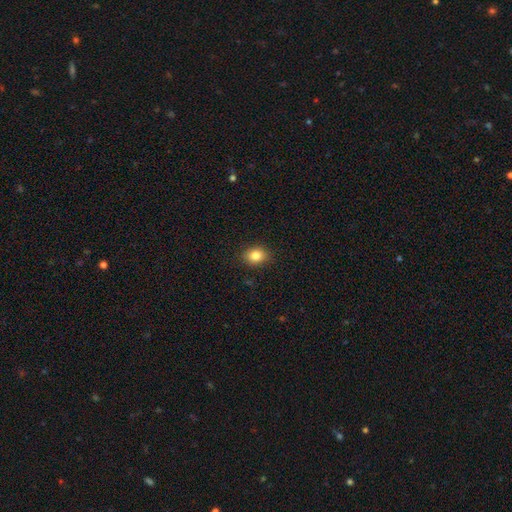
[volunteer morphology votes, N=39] Overall: smooth (87%). How rounded: in between (56%; round 44%). Merging: none (97%).